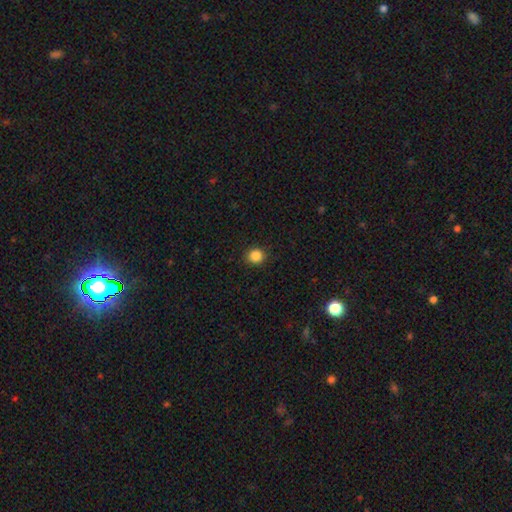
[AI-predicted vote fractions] This appears to be a smooth galaxy with no disk features (86%) that is round (85%). Merging: none (91%).